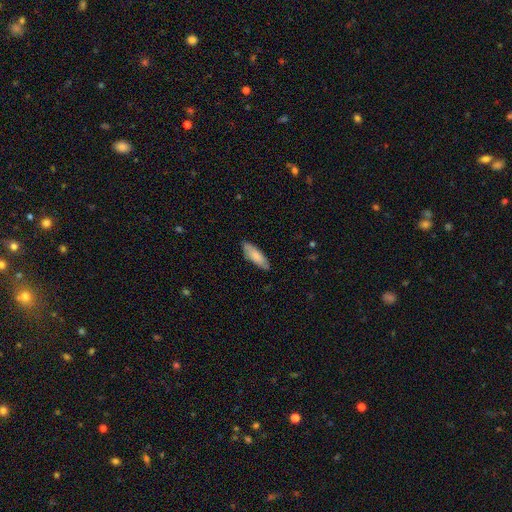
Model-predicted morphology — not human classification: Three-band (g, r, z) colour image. It shows a smooth galaxy with no disk features (78%) that is in between round and cigar-shaped (52%). Merging: none (84%).